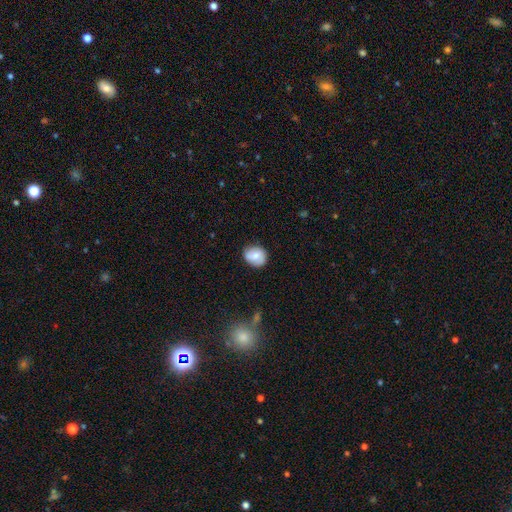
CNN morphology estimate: smooth_or_featured: smooth (p=0.65) [alt: featured or disk p=0.27]
how_rounded: round (p=0.67) [alt: in between p=0.32]
merging: none (p=0.80) [alt: minor disturbance p=0.16]